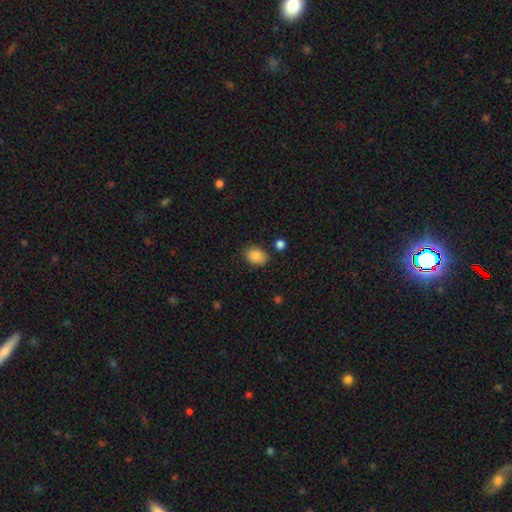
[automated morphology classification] A smooth galaxy with no disk features (87%) that is in between round and cigar-shaped (70%).

Vote fractions:
- Smooth or featured? smooth: 87% / star or artifact: 8% / featured or disk: 5%
- How rounded? in between: 70% / round: 29% / cigar-shaped: 1%
- Merging? none: 80% / minor disturbance: 13% / merger: 4% / major disturbance: 3%